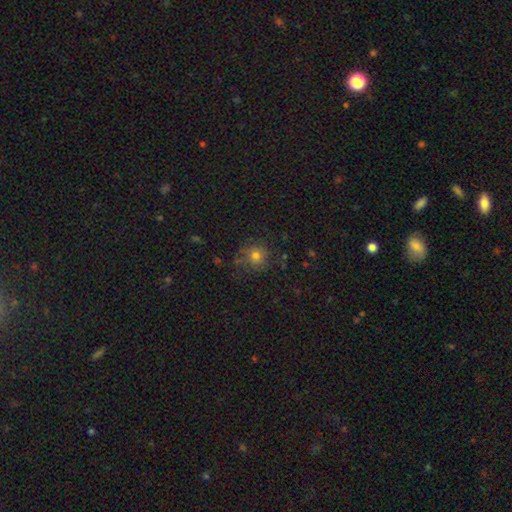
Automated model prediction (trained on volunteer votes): smooth-or-featured: smooth: 73% | star or artifact: 16% | featured or disk: 11%
  how-rounded: round: 89% | in between: 10% | cigar-shaped: 1%
  merging: none: 74% | minor disturbance: 16% | major disturbance: 8% | merger: 2%